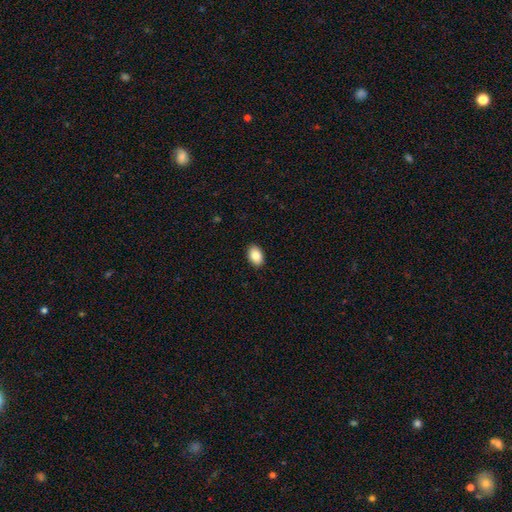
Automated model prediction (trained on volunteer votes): Smooth or featured? Predicted: smooth (p=0.87). How rounded? Predicted: in between (p=0.86). Merging? Predicted: none (p=0.90).